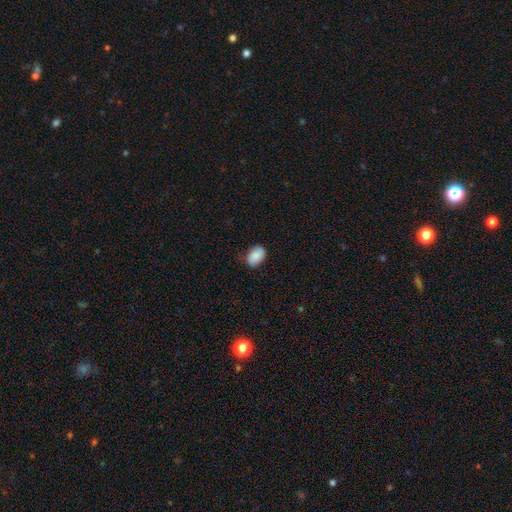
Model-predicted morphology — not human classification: Smooth or featured? smooth (87%)
How rounded? in between (86%)
Merging? none (77%)